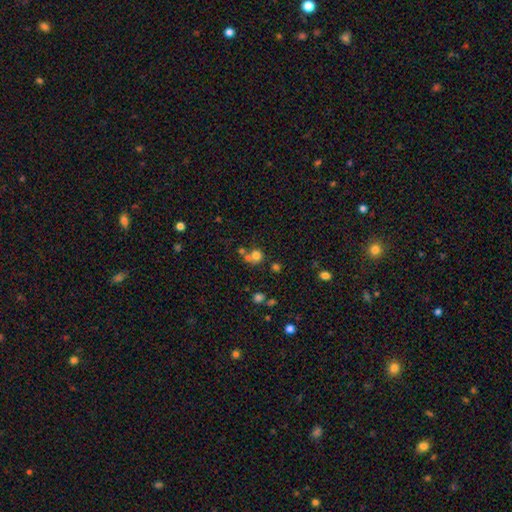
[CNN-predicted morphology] A smooth galaxy with no disk features (73%) that is round (87%). Merging: none (49%).